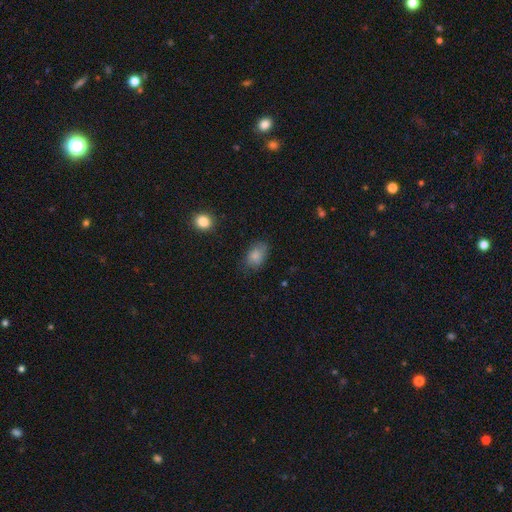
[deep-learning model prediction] A smooth galaxy with no disk features (84%) that is in between round and cigar-shaped (86%).

Vote fractions:
- Smooth or featured? smooth: 84% / star or artifact: 9% / featured or disk: 8%
- How rounded? in between: 86% / round: 13% / cigar-shaped: 1%
- Merging? none: 69% / minor disturbance: 23% / major disturbance: 6% / merger: 2%